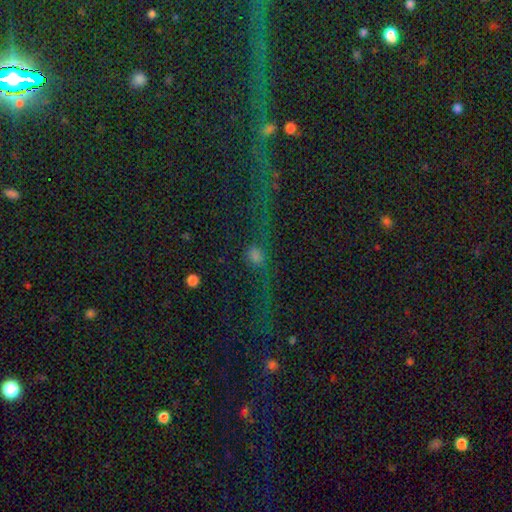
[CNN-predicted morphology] Smooth or featured? Predicted: smooth (p=0.40). Merging? Predicted: none (p=0.44).